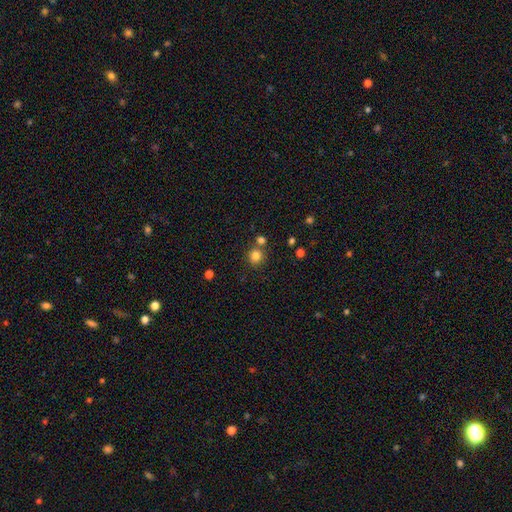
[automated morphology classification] Q: Smooth or featured?
A: smooth (82%); runner-up: star or artifact (13%)
Q: How rounded?
A: round (91%); runner-up: in between (8%)
Q: Merging?
A: none (73%); runner-up: merger (17%)